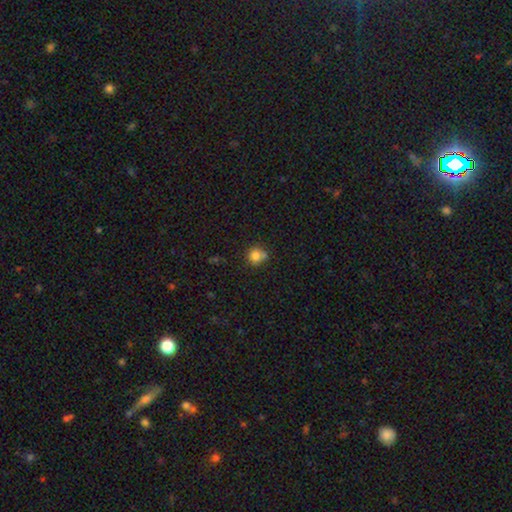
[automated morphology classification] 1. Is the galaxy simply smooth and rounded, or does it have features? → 79% smooth, 12% star or artifact, 9% featured or disk.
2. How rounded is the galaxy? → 87% round, 12% in between, 1% cigar-shaped.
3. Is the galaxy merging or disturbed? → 61% none, 19% merger, 16% minor disturbance, 4% major disturbance.